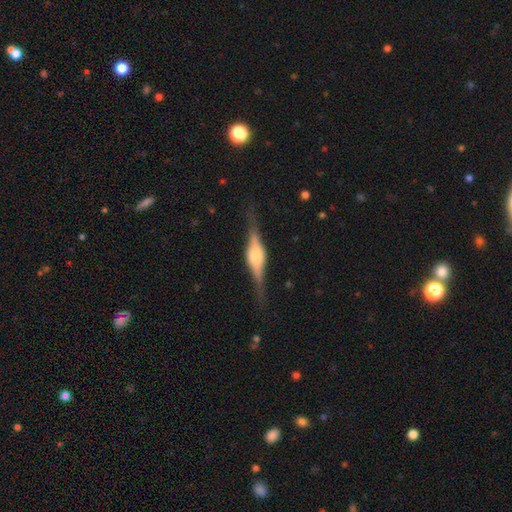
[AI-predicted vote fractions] smooth_or_featured: featured or disk (p=0.75) [alt: smooth p=0.19]
disk_edge_on: yes (p=0.96) [alt: no p=0.04]
edge_on_bulge: rounded (p=0.81) [alt: boxy p=0.17]
merging: none (p=0.81) [alt: minor disturbance p=0.13]